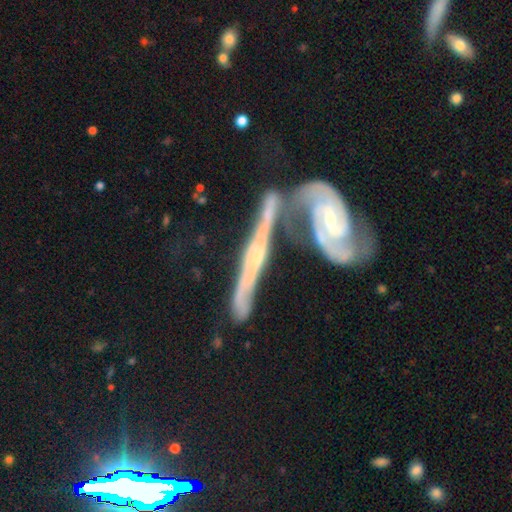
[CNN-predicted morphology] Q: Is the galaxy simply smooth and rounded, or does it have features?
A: featured or disk — 83%.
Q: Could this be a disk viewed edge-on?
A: yes — 64%.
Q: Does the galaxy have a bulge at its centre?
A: rounded — 61%.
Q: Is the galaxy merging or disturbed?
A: none — 43%.